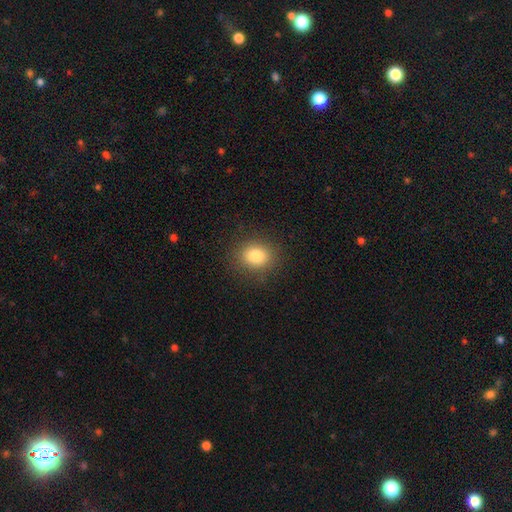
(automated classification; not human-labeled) Q: Smooth or featured?
A: smooth (81%); runner-up: star or artifact (11%)
Q: How rounded?
A: round (65%); runner-up: in between (34%)
Q: Merging?
A: none (87%); runner-up: minor disturbance (9%)